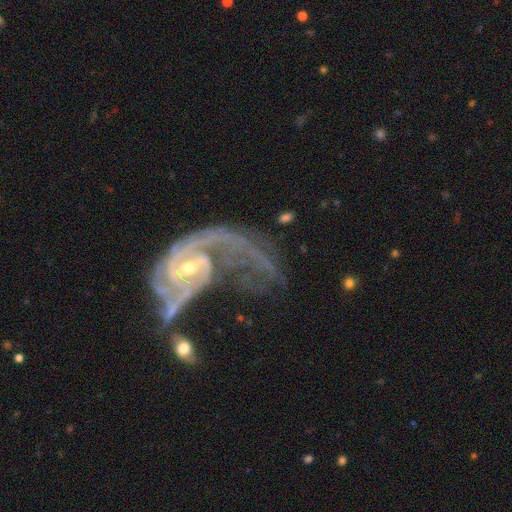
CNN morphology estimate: A featured or disk galaxy (89%) with a weak bar (42%), 2 (56%) medium (43%) spiral arms (96%) and a small central bulge (61%). Merging: major disturbance (39%).